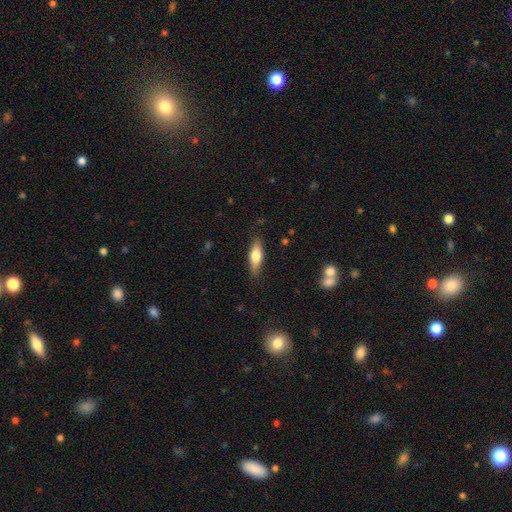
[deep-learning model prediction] Smooth or featured?
  - smooth: 65% *
  - featured or disk: 29%
  - star or artifact: 6%
How rounded?
  - in between: 49% *
  - cigar-shaped: 48%
  - round: 2%
Merging?
  - none: 85% *
  - minor disturbance: 11%
  - major disturbance: 2%
  - merger: 1%